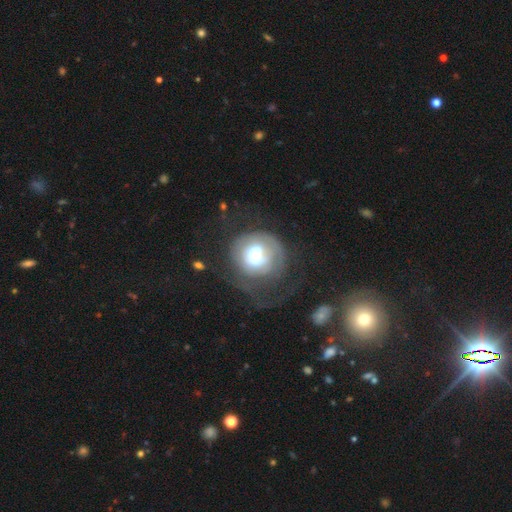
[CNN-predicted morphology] smooth-or-featured: featured or disk: 52% | smooth: 38% | star or artifact: 10%
  disk-edge-on: no: 97% | yes: 3%
    bar: no: 67% | weak: 25% | strong: 8%
    has-spiral-arms: no: 59% | yes: 41%
    bulge-size: moderate: 56% | large: 25% | small: 13% | dominant: 5% | none: 2%
  merging: major disturbance: 38% | none: 35% | minor disturbance: 18% | merger: 9%